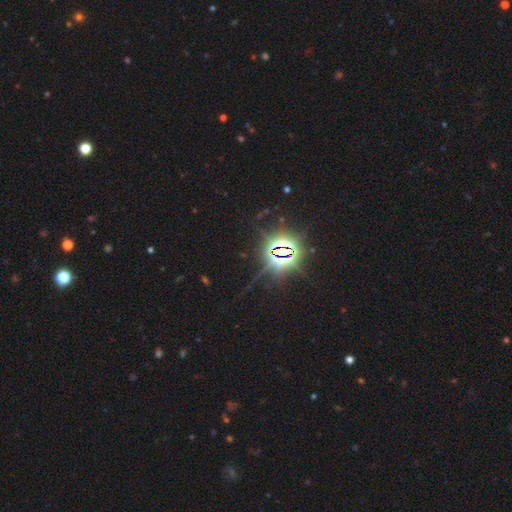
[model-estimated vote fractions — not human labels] A star or artifact, not a galaxy (86%).